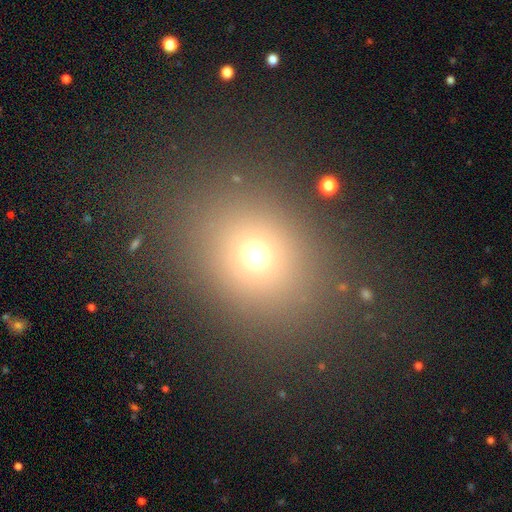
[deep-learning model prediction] Smooth or featured? Predicted: smooth (p=0.68). How rounded? Predicted: round (p=0.62). Merging? Predicted: none (p=0.83).